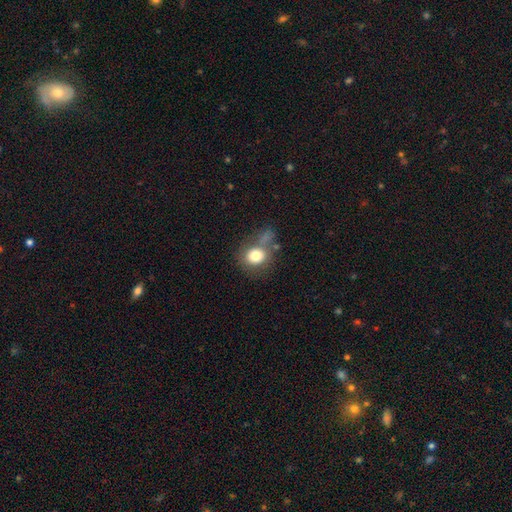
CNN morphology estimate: Q: Smooth or featured?
A: smooth (77%); runner-up: featured or disk (13%)
Q: How rounded?
A: round (72%); runner-up: in between (27%)
Q: Merging?
A: none (52%); runner-up: minor disturbance (19%)